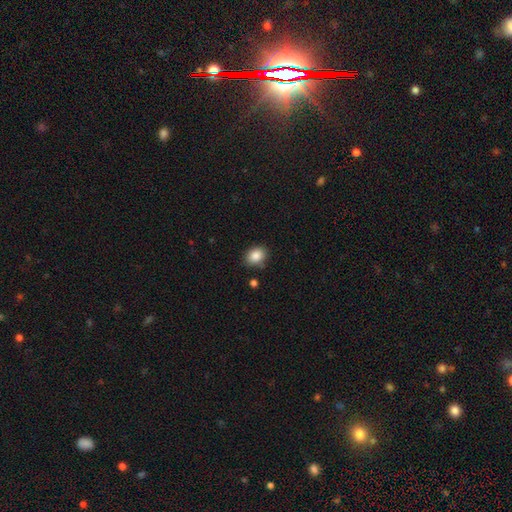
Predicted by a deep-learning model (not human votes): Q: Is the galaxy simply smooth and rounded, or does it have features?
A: smooth — 86%.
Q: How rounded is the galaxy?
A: in between — 61%.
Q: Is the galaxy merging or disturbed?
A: none — 81%.